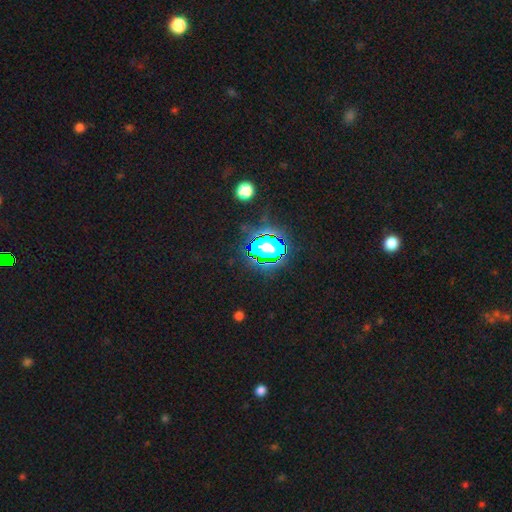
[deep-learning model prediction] Smooth or featured?
  - star or artifact: 79% *
  - smooth: 14%
  - featured or disk: 7%